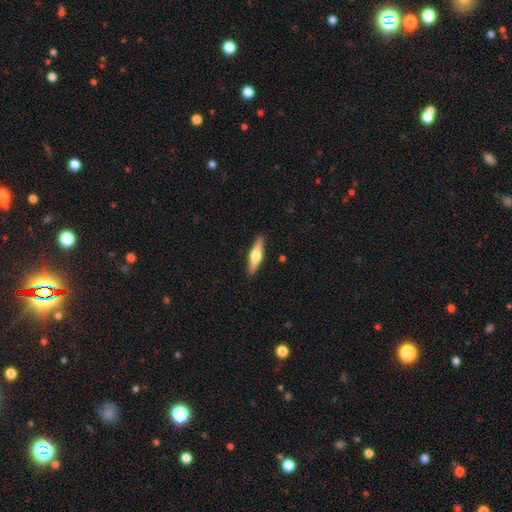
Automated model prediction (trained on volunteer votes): Smooth or featured?
  - featured or disk: 49% *
  - smooth: 45%
  - star or artifact: 5%
Merging?
  - none: 89% *
  - minor disturbance: 8%
  - major disturbance: 2%
  - merger: 1%